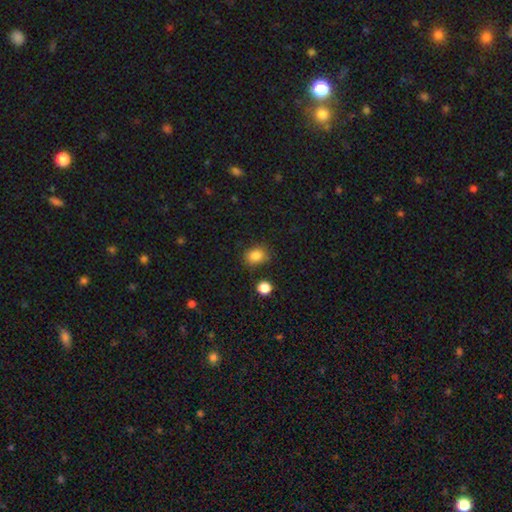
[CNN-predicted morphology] smooth_or_featured: smooth (p=0.84) [alt: star or artifact p=0.11]
how_rounded: in between (p=0.50) [alt: round p=0.49]
merging: none (p=0.75) [alt: minor disturbance p=0.17]